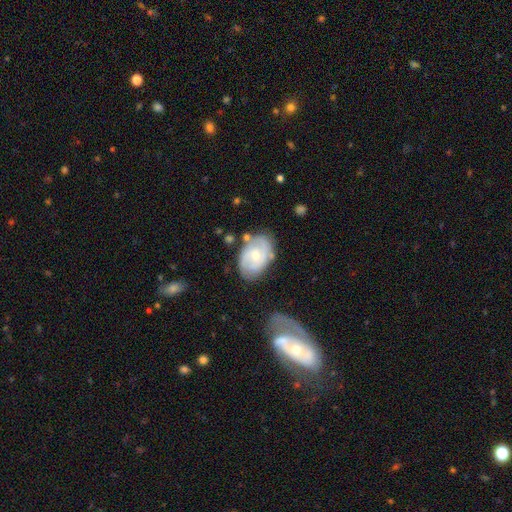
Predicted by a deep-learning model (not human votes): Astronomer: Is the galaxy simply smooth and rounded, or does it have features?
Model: featured or disk — 70%.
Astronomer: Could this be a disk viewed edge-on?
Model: no — 96%.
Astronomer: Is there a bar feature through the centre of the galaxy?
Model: no — 58% (runner-up: weak, 36%).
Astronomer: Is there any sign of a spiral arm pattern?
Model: yes — 87%.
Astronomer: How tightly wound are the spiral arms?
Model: tight — 47% (runner-up: medium, 40%).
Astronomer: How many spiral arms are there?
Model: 2 — 61%.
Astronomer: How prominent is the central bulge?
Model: small — 53% (runner-up: moderate, 43%).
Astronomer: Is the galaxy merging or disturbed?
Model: none — 69%.